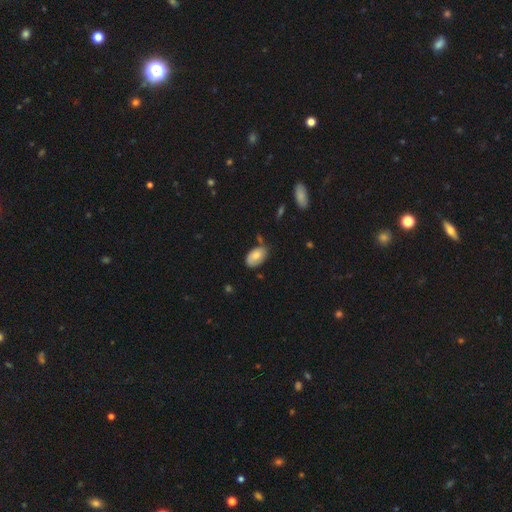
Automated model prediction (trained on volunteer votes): Overall: smooth (77%). How rounded: in between (93%). Merging: none (67%).